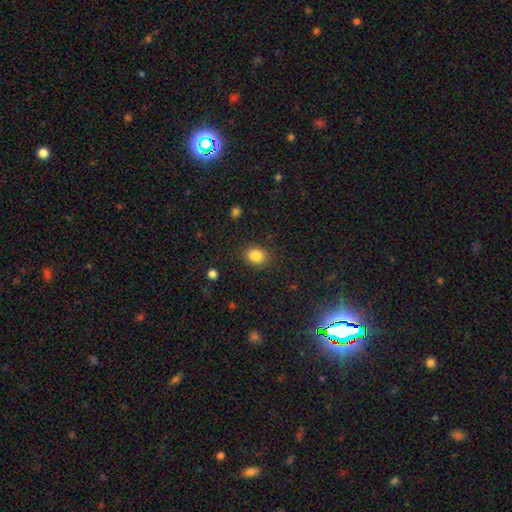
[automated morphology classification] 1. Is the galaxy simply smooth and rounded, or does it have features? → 85% smooth, 10% star or artifact, 4% featured or disk.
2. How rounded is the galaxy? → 53% in between, 46% round, 1% cigar-shaped.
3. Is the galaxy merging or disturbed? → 83% none, 11% minor disturbance, 4% major disturbance, 2% merger.